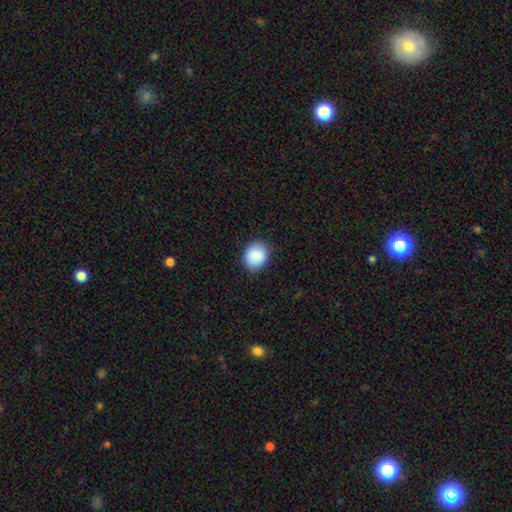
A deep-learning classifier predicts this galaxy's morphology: smooth-or-featured: smooth: 89% | star or artifact: 7% | featured or disk: 4%
  how-rounded: round: 68% | in between: 31% | cigar-shaped: 1%
  merging: none: 86% | minor disturbance: 10% | major disturbance: 2% | merger: 1%